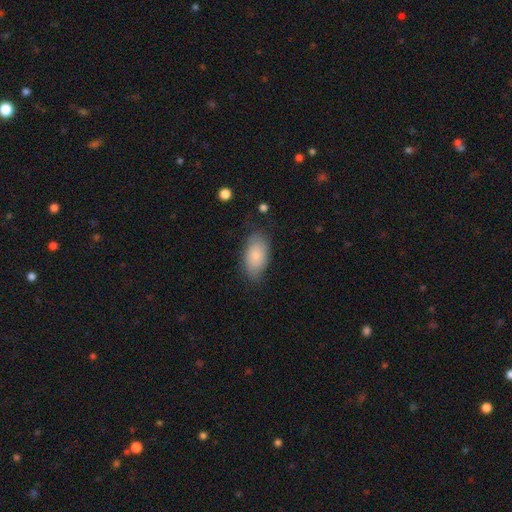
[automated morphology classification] type=smooth (76%); roundness=in between (93%); merging=none (72%).